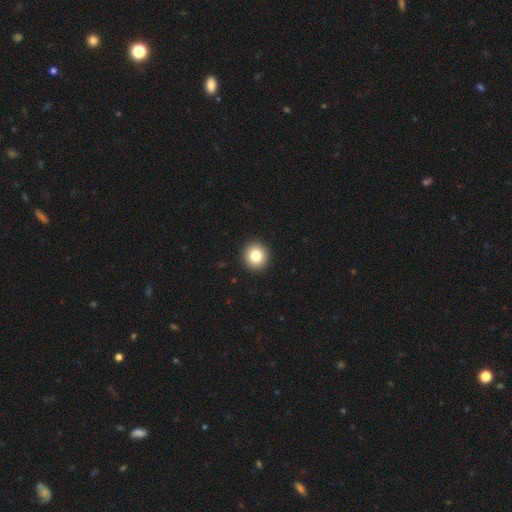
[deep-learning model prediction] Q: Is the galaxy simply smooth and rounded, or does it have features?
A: smooth — 82%.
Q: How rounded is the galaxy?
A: round — 90%.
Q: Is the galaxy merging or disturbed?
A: none — 93%.